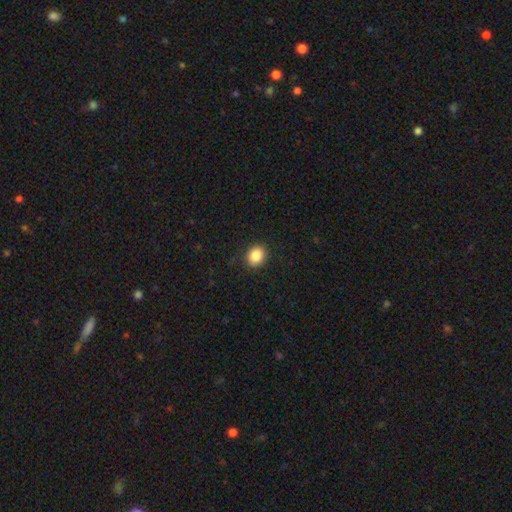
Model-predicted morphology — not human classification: Overall: smooth (87%). How rounded: round (59%; in between 40%). Merging: none (90%).